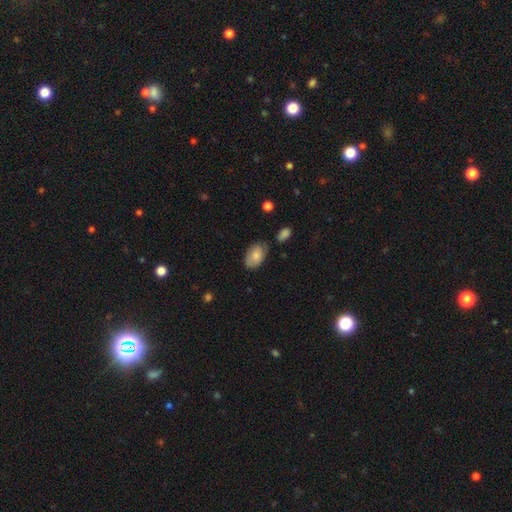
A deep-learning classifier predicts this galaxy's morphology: Smooth or featured?
  - smooth: 78% *
  - featured or disk: 16%
  - star or artifact: 7%
How rounded?
  - in between: 92% *
  - round: 7%
  - cigar-shaped: 1%
Merging?
  - none: 65% *
  - minor disturbance: 25%
  - major disturbance: 5%
  - merger: 4%